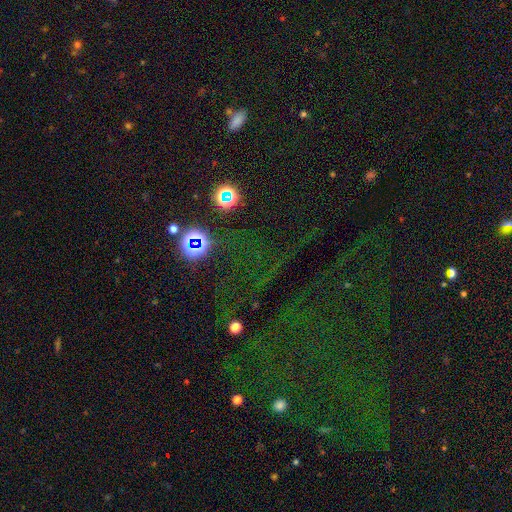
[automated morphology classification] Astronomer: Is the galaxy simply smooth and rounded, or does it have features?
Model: star or artifact — 77%.